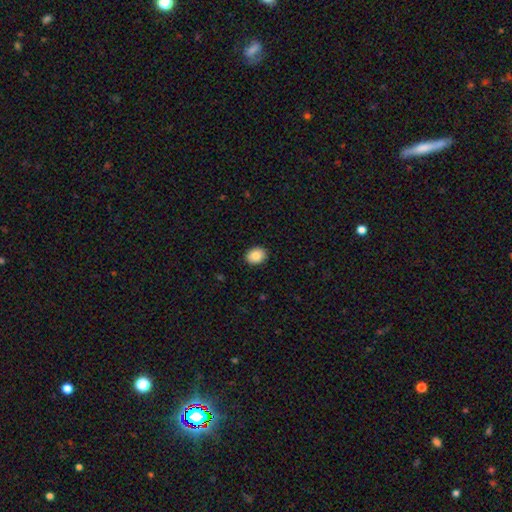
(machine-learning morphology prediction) Q: Smooth or featured?
A: smooth (86%); runner-up: star or artifact (8%)
Q: How rounded?
A: in between (54%); runner-up: round (45%)
Q: Merging?
A: none (90%); runner-up: minor disturbance (7%)